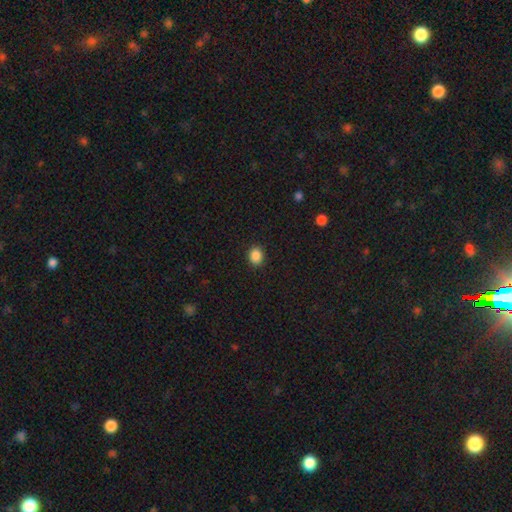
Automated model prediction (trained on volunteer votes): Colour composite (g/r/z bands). It shows a smooth galaxy with no disk features (88%) that is round (57%). Merging: none (91%).